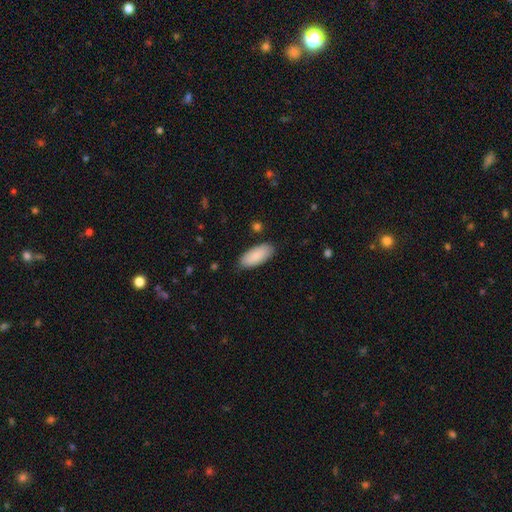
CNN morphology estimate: smooth 86%, featured or disk 9%, star or artifact 6%. Down the decision tree: how rounded — in between (88%); merging — none (84%).